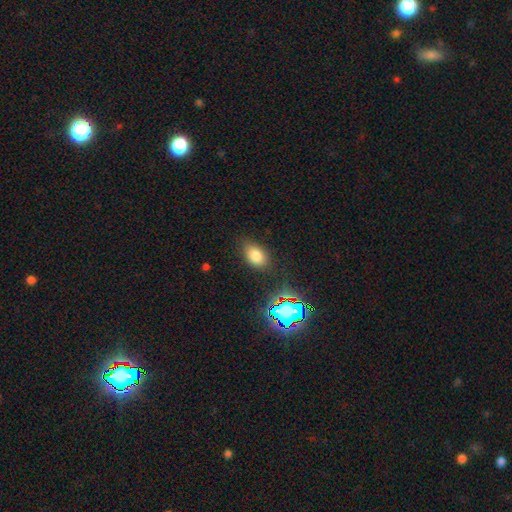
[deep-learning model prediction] A smooth galaxy with no disk features (77%) that is in between round and cigar-shaped (82%).

Vote fractions:
- Smooth or featured? smooth: 77% / star or artifact: 15% / featured or disk: 8%
- How rounded? in between: 82% / round: 17% / cigar-shaped: 2%
- Merging? none: 79% / minor disturbance: 15% / major disturbance: 4% / merger: 2%